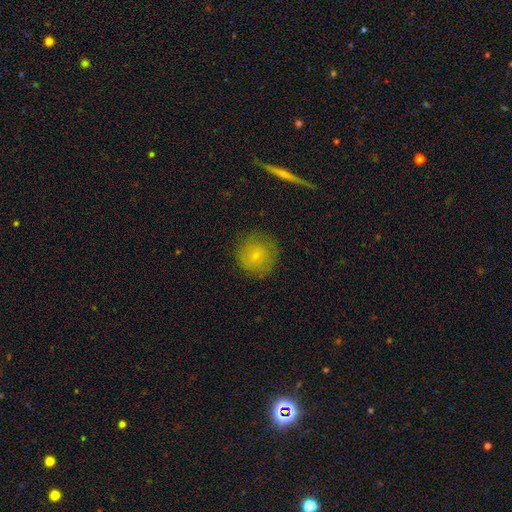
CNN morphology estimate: Q: Smooth or featured?
A: smooth (76%); runner-up: featured or disk (15%)
Q: How rounded?
A: round (94%); runner-up: in between (5%)
Q: Merging?
A: none (84%); runner-up: minor disturbance (11%)